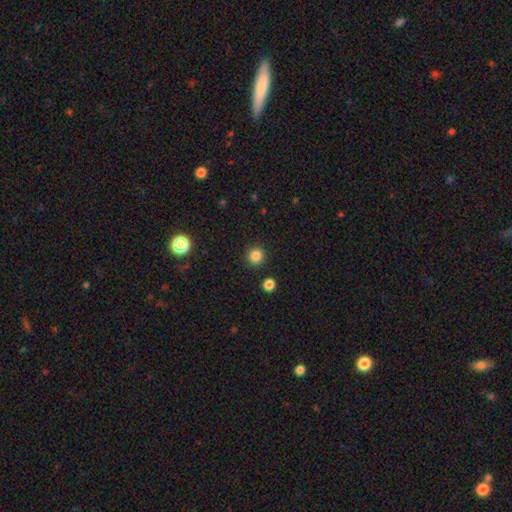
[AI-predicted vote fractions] Smooth or featured? Predicted: smooth (p=0.84). How rounded? Predicted: round (p=0.94). Merging? Predicted: none (p=0.92).